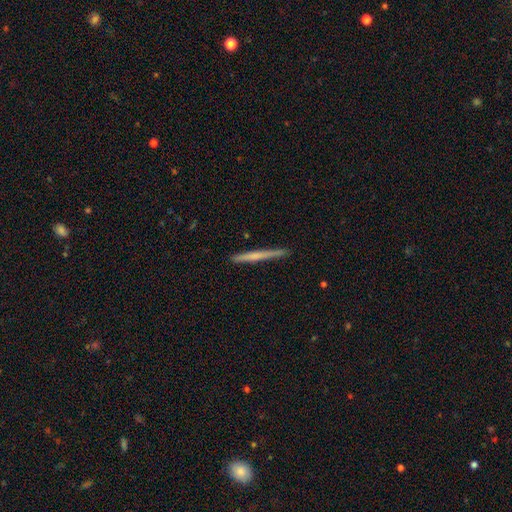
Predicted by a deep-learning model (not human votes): A smooth galaxy with no disk features (50%).

Vote fractions:
- Smooth or featured? smooth: 50% / featured or disk: 45% / star or artifact: 6%
- Merging? none: 88% / minor disturbance: 9% / major disturbance: 2% / merger: 1%